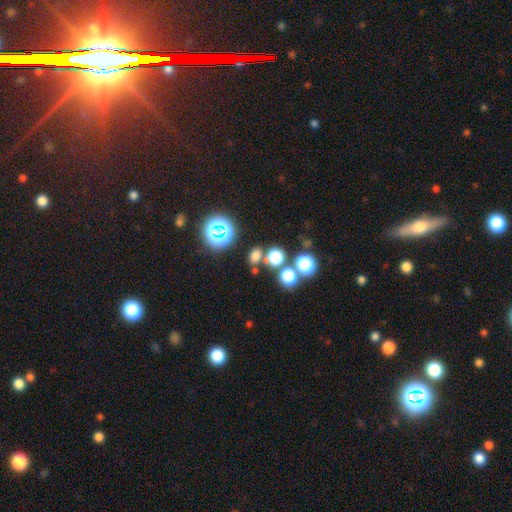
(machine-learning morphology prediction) smooth 66%, star or artifact 26%, featured or disk 8%. Down the decision tree: how rounded — round (60%); merging — none (65%).